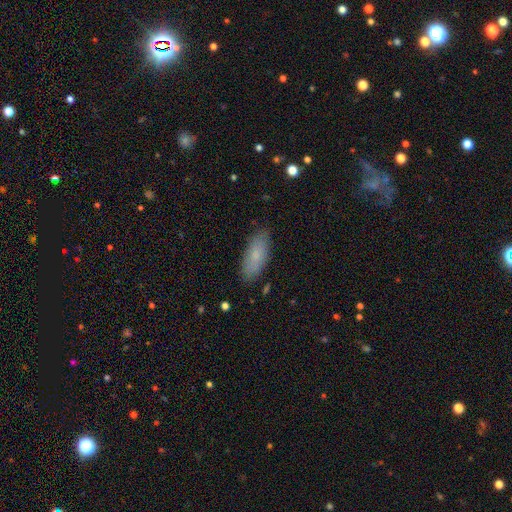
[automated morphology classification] A smooth galaxy with no disk features (79%) that is in between round and cigar-shaped (76%).

Vote fractions:
- Smooth or featured? smooth: 79% / featured or disk: 14% / star or artifact: 7%
- How rounded? in between: 76% / cigar-shaped: 22% / round: 2%
- Merging? none: 85% / minor disturbance: 12% / major disturbance: 2% / merger: 1%